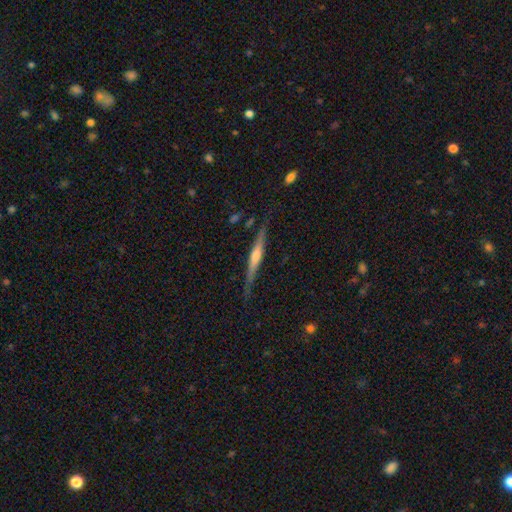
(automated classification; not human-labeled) This appears to be a featured or disk galaxy (73%) viewed edge-on (97%) with a rounded central bulge (76%). Merging: none (80%).